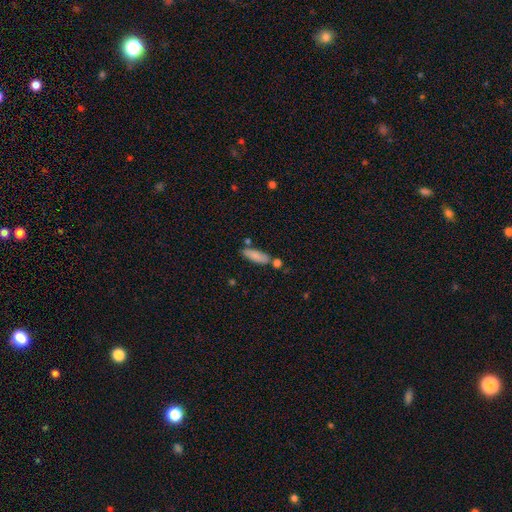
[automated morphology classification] Q: Smooth or featured?
A: smooth (84%); runner-up: featured or disk (9%)
Q: How rounded?
A: in between (54%); runner-up: cigar-shaped (44%)
Q: Merging?
A: none (69%); runner-up: minor disturbance (15%)